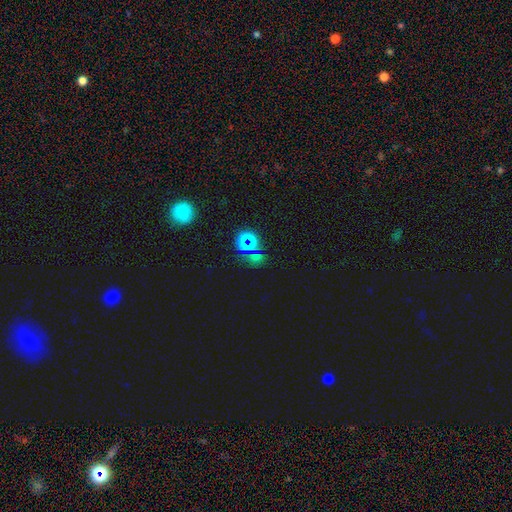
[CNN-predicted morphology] smooth-or-featured: star or artifact: 63% | smooth: 28% | featured or disk: 8%